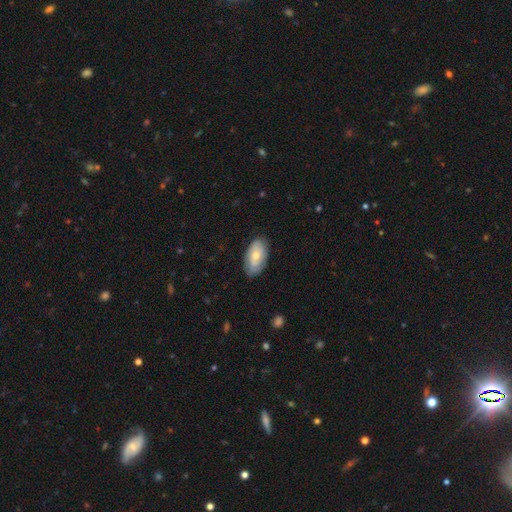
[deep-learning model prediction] smooth-or-featured: smooth: 59% | featured or disk: 35% | star or artifact: 6%
  how-rounded: in between: 94% | round: 4% | cigar-shaped: 3%
  merging: none: 77% | minor disturbance: 18% | major disturbance: 3% | merger: 1%